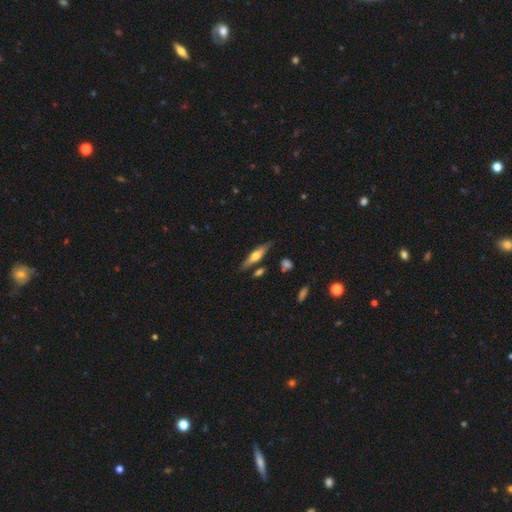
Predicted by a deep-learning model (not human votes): Overall: featured or disk (57%; smooth 37%). Edge-on disk: yes (93%). Edge-on bulge: rounded (90%). Merging: none (82%).